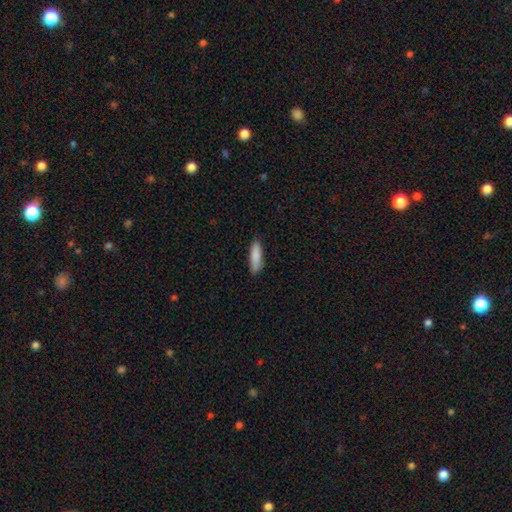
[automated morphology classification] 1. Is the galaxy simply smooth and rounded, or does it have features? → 87% smooth, 7% featured or disk, 6% star or artifact.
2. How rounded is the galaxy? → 64% cigar-shaped, 35% in between, 1% round.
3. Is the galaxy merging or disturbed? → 87% none, 11% minor disturbance, 2% major disturbance, 1% merger.